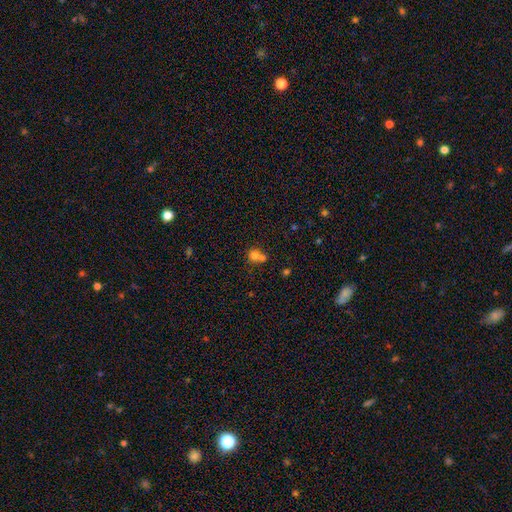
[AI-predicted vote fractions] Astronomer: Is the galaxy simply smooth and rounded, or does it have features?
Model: smooth — 73%.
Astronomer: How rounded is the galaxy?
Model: round — 77%.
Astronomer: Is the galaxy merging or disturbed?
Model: merger — 54% (runner-up: none, 32%).